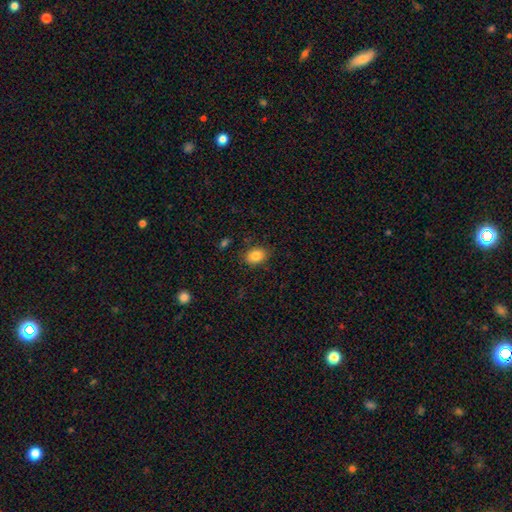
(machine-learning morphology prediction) This appears to be a smooth galaxy with no disk features (85%) that is in between round and cigar-shaped (71%). Merging: none (82%).